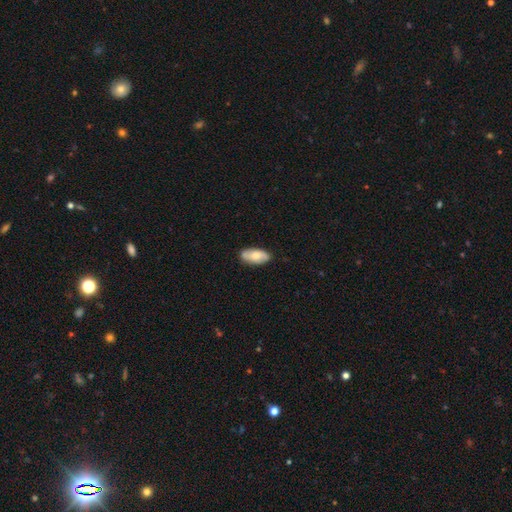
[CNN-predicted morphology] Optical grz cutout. It shows a smooth galaxy with no disk features (62%) that is in between round and cigar-shaped (91%). Merging: none (79%).